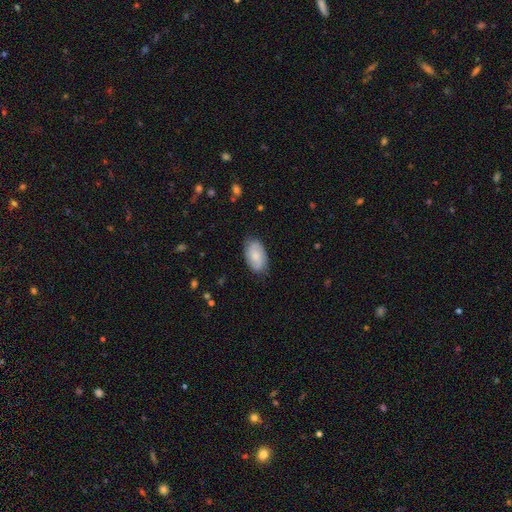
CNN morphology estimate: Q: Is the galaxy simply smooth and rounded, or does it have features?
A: smooth — 64%.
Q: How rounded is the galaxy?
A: in between — 93%.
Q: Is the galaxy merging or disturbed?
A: none — 80%.